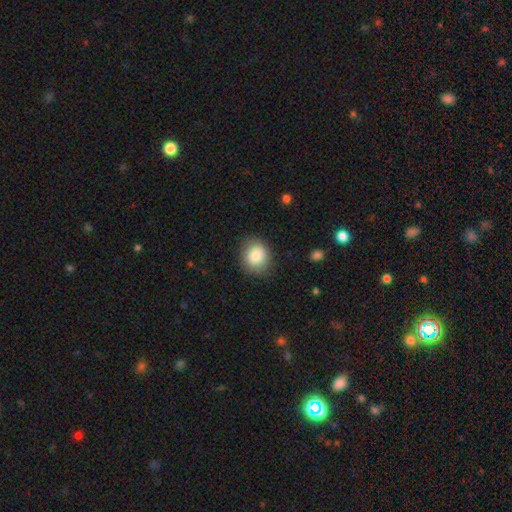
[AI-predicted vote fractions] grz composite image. It shows a smooth galaxy with no disk features (85%) that is round (67%). Merging: none (84%).